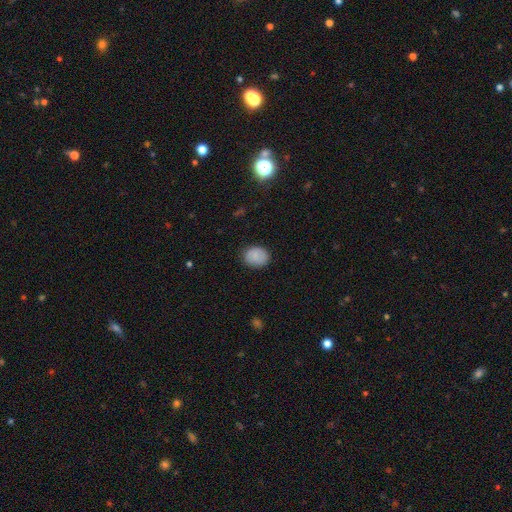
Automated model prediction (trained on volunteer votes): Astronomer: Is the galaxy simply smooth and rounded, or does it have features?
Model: smooth — 87%.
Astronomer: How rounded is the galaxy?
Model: round — 52% (runner-up: in between, 47%).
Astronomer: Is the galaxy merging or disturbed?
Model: none — 85%.